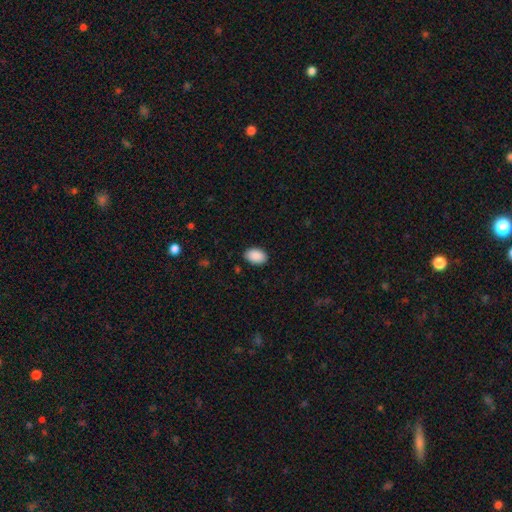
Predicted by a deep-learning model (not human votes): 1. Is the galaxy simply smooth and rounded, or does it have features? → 91% smooth, 7% star or artifact, 3% featured or disk.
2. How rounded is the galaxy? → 90% in between, 9% round, 1% cigar-shaped.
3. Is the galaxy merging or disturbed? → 88% none, 9% minor disturbance, 2% major disturbance, 1% merger.